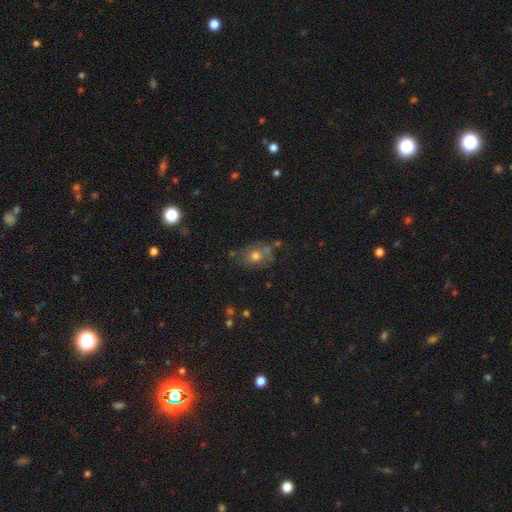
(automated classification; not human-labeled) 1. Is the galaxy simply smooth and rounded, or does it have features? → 61% smooth, 25% featured or disk, 14% star or artifact.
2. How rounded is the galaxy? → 62% in between, 36% round, 2% cigar-shaped.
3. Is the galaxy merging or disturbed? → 59% none, 22% minor disturbance, 10% merger, 9% major disturbance.